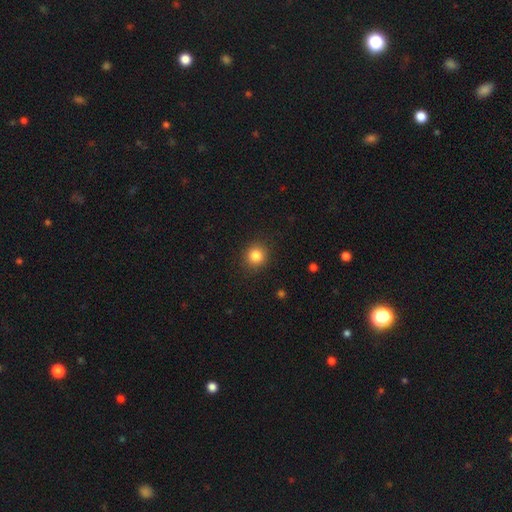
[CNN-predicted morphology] Smooth or featured?
  - smooth: 84% *
  - star or artifact: 11%
  - featured or disk: 5%
How rounded?
  - round: 88% *
  - in between: 11%
  - cigar-shaped: 1%
Merging?
  - none: 90% *
  - minor disturbance: 7%
  - major disturbance: 2%
  - merger: 1%